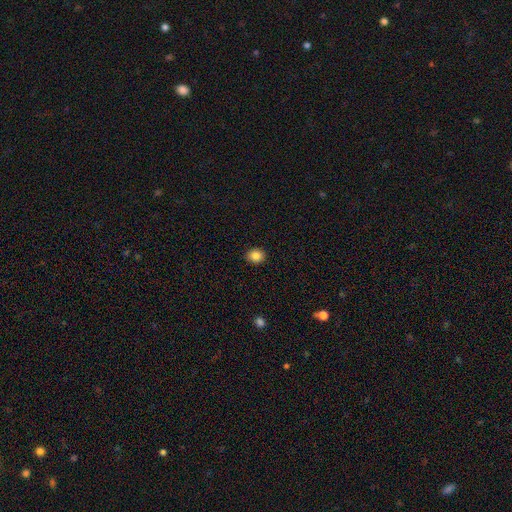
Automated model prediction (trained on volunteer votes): Q: Smooth or featured?
A: smooth (86%); runner-up: star or artifact (10%)
Q: How rounded?
A: round (65%); runner-up: in between (34%)
Q: Merging?
A: none (91%); runner-up: minor disturbance (6%)